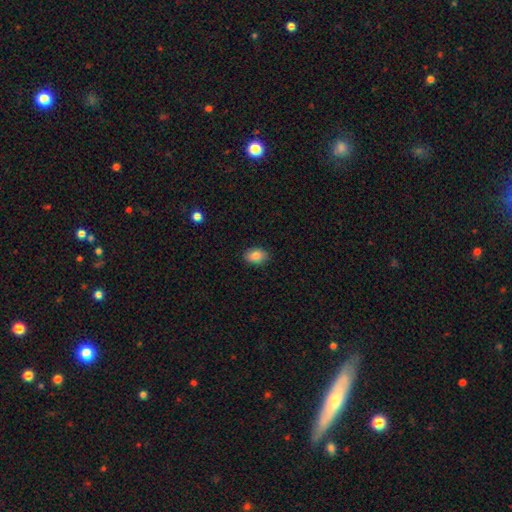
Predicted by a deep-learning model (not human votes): The model was most divided on "how rounded": in between: 83%, round: 16%, cigar-shaped: 1%. More confident: merging — none (89%); smooth or featured — smooth (86%).